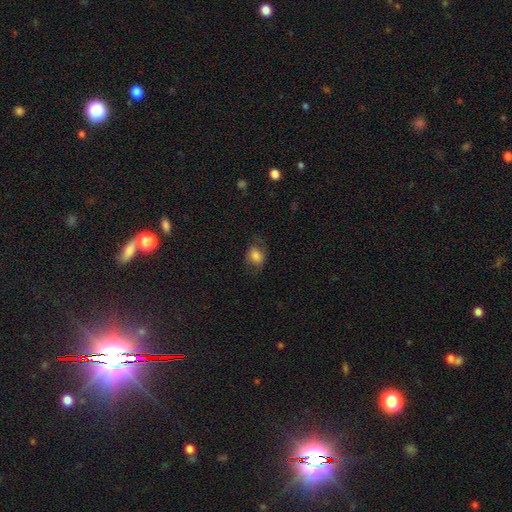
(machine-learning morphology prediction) Smooth or featured: smooth — 79% (featured or disk — 11%)
How rounded: in between — 62% (round — 37%)
Merging: none — 65% (minor disturbance — 23%)